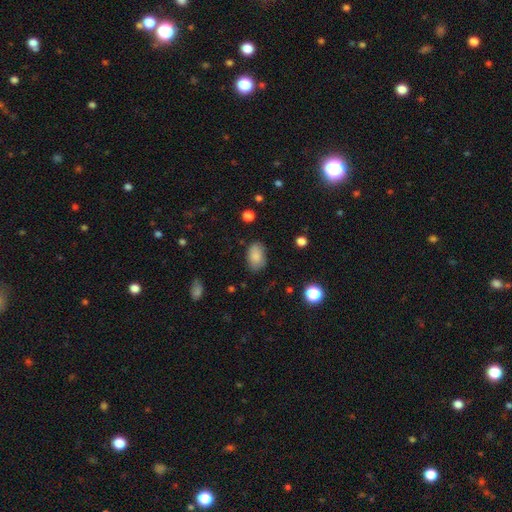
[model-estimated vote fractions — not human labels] A smooth galaxy with no disk features (85%) that is in between round and cigar-shaped (89%).

Vote fractions:
- Smooth or featured? smooth: 85% / star or artifact: 8% / featured or disk: 7%
- How rounded? in between: 89% / round: 10% / cigar-shaped: 1%
- Merging? none: 78% / minor disturbance: 16% / major disturbance: 4% / merger: 1%